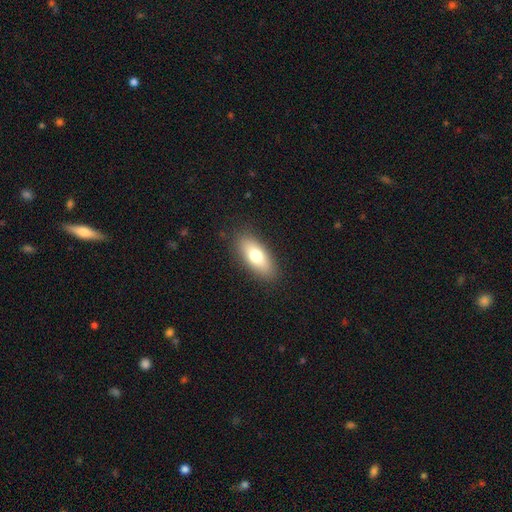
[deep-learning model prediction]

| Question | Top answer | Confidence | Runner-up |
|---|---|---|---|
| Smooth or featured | smooth | 73% | featured or disk (20%) |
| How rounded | in between | 79% | cigar-shaped (18%) |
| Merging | none | 88% | minor disturbance (9%) |